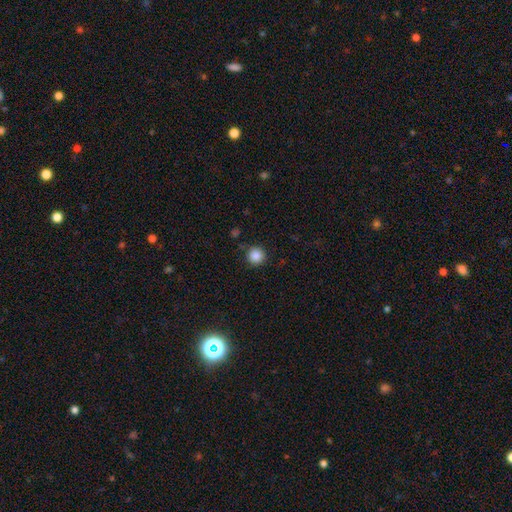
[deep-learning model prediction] A smooth galaxy with no disk features (87%) that is round (95%).

Vote fractions:
- Smooth or featured? smooth: 87% / star or artifact: 10% / featured or disk: 3%
- How rounded? round: 95% / in between: 4% / cigar-shaped: 1%
- Merging? none: 89% / minor disturbance: 7% / major disturbance: 2% / merger: 2%